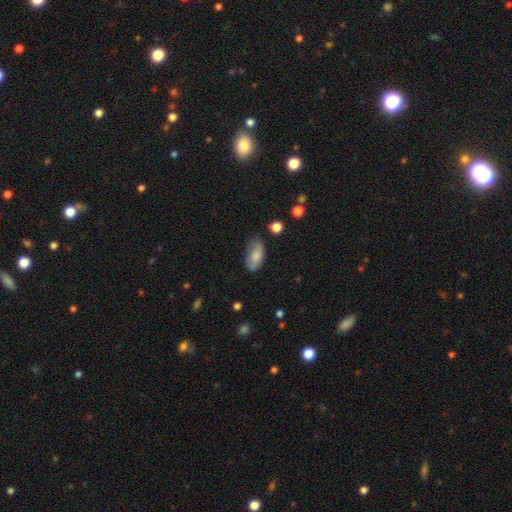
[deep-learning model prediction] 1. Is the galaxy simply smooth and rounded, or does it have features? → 76% smooth, 17% featured or disk, 7% star or artifact.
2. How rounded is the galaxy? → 92% in between, 5% cigar-shaped, 3% round.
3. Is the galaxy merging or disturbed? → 65% none, 26% minor disturbance, 7% major disturbance, 2% merger.